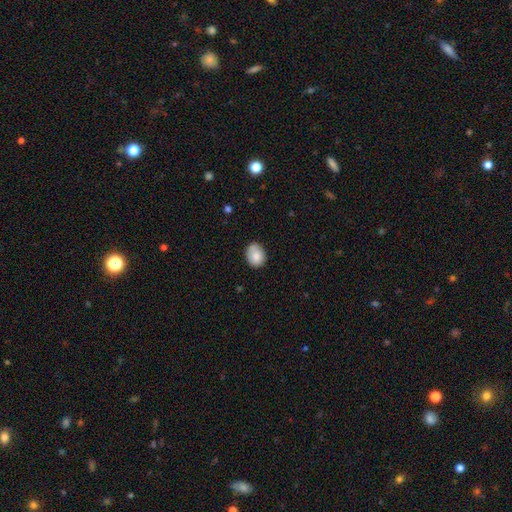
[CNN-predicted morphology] The model was most divided on "how rounded": in between: 51%, round: 48%, cigar-shaped: 1%. More confident: smooth or featured — smooth (83%); merging — none (74%).